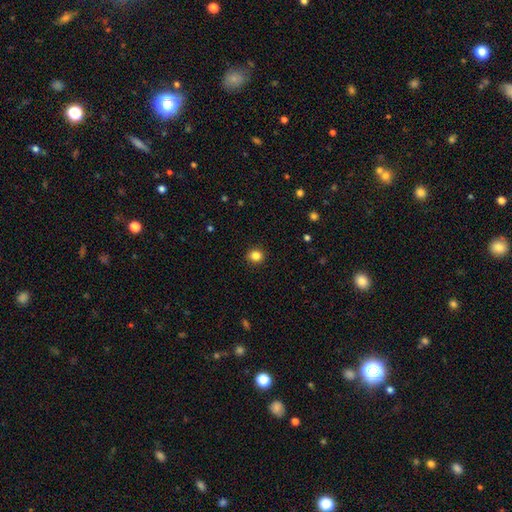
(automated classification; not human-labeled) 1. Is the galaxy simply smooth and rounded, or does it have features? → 85% smooth, 11% star or artifact, 4% featured or disk.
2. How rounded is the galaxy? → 84% round, 15% in between, 1% cigar-shaped.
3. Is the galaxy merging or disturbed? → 91% none, 6% minor disturbance, 2% major disturbance, 1% merger.